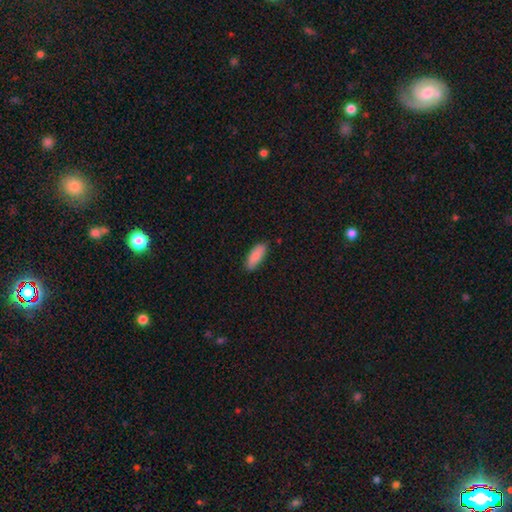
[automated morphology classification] Q: Smooth or featured?
A: smooth (88%); runner-up: star or artifact (6%)
Q: How rounded?
A: in between (73%); runner-up: cigar-shaped (26%)
Q: Merging?
A: none (84%); runner-up: minor disturbance (13%)